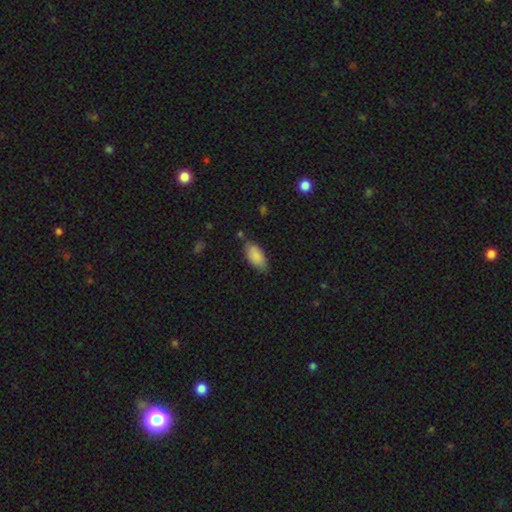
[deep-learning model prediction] smooth 87%, featured or disk 7%, star or artifact 6%. Down the decision tree: how rounded — in between (90%); merging — none (71%).